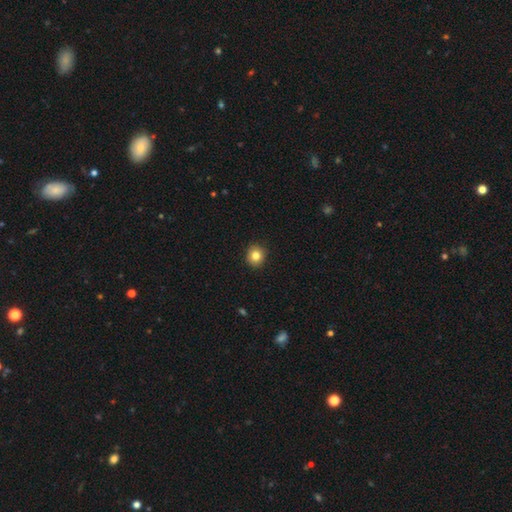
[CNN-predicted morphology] Q: Smooth or featured?
A: smooth (83%); runner-up: star or artifact (10%)
Q: How rounded?
A: round (89%); runner-up: in between (11%)
Q: Merging?
A: none (92%); runner-up: minor disturbance (5%)